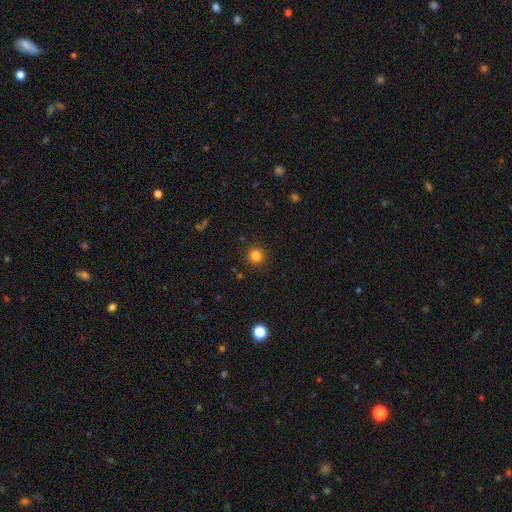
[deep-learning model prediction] Smooth or featured? smooth (83%)
How rounded? round (94%)
Merging? none (91%)